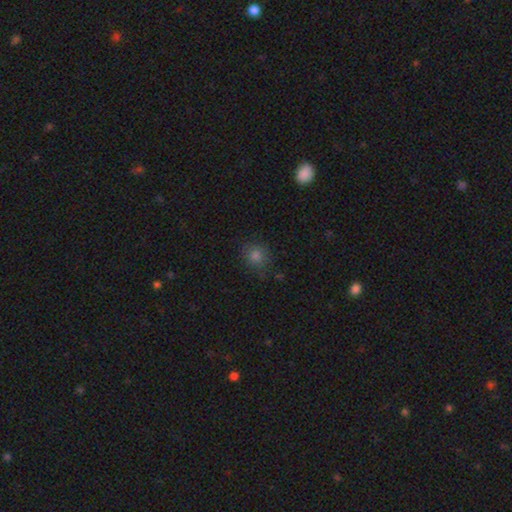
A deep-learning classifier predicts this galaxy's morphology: Smooth or featured? smooth (79%)
How rounded? round (82%)
Merging? none (82%)